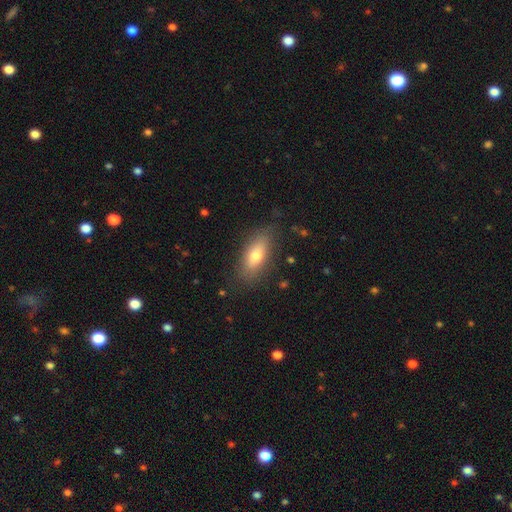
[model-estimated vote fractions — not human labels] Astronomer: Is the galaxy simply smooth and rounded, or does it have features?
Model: smooth — 72%.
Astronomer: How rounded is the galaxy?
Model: in between — 75%.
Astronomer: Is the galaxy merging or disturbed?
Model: none — 81%.